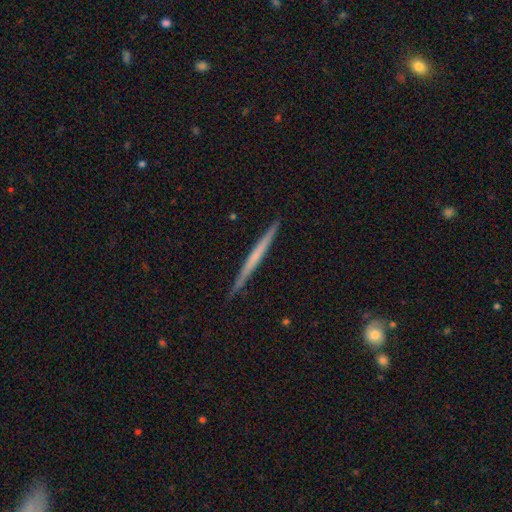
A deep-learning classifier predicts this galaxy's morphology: The model was most divided on "smooth or featured": featured or disk: 53%, smooth: 41%, star or artifact: 5%. More confident: edge-on disk — yes (98%); merging — none (91%); edge-on bulge — none (90%).